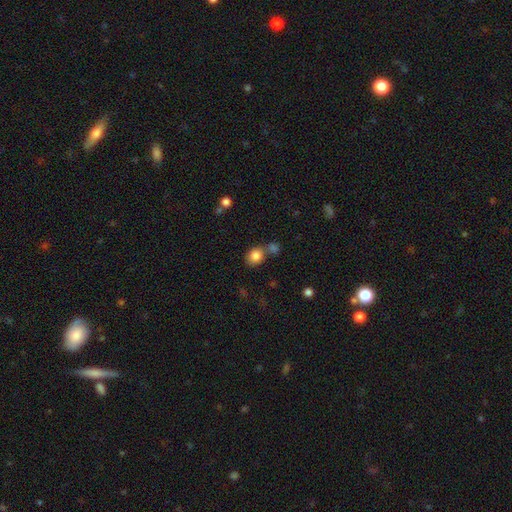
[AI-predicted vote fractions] Overall: smooth (84%). How rounded: round (55%; in between 43%). Merging: none (57%; merger 25%).